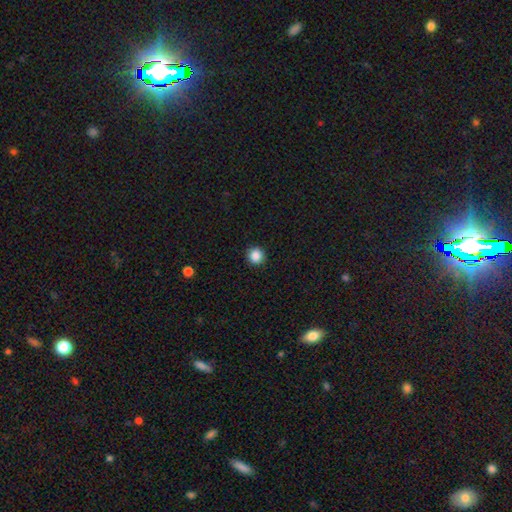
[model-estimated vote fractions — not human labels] A smooth galaxy with no disk features (87%) that is round (93%). Merging: none (92%).